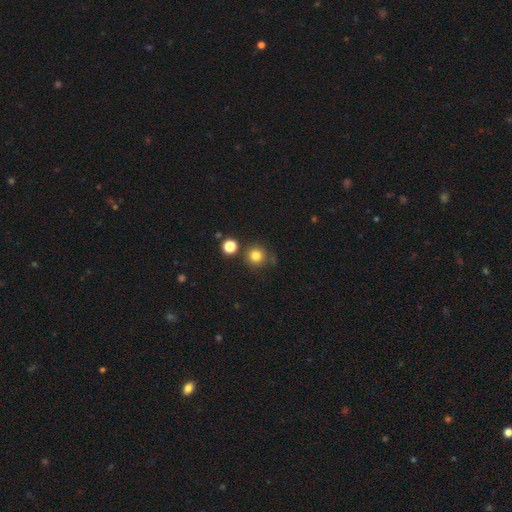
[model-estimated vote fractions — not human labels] smooth 81%, star or artifact 13%, featured or disk 6%. Down the decision tree: how rounded — round (94%); merging — none (79%).